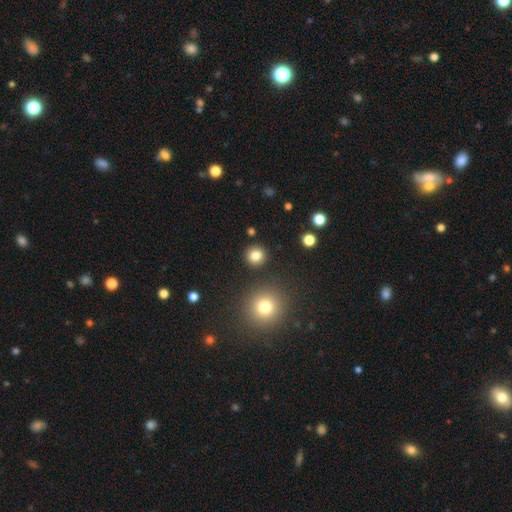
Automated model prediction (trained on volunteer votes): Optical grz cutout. It shows a smooth galaxy with no disk features (81%) that is round (92%). Merging: none (89%).